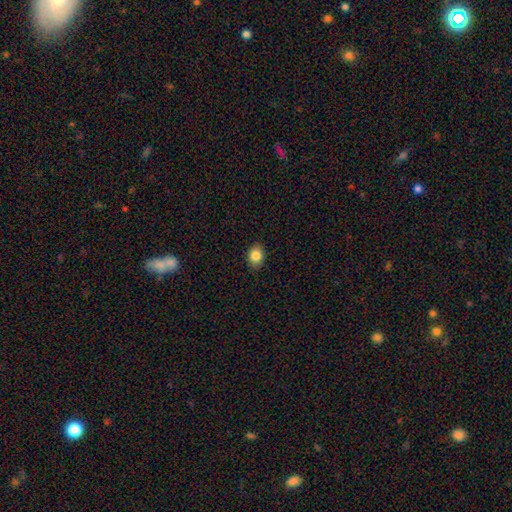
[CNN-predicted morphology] Smooth or featured?
  - smooth: 85% *
  - star or artifact: 9%
  - featured or disk: 6%
How rounded?
  - in between: 57% *
  - round: 42%
  - cigar-shaped: 1%
Merging?
  - none: 88% *
  - minor disturbance: 9%
  - major disturbance: 2%
  - merger: 1%